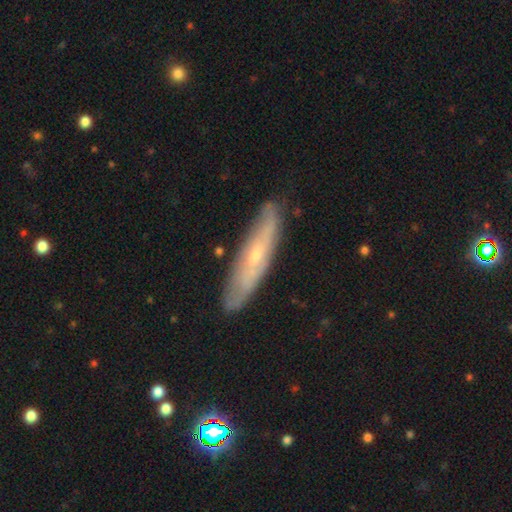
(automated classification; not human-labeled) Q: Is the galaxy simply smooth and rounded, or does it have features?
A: featured or disk — 61%.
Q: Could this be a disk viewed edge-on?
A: yes — 53%.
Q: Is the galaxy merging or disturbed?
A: none — 81%.